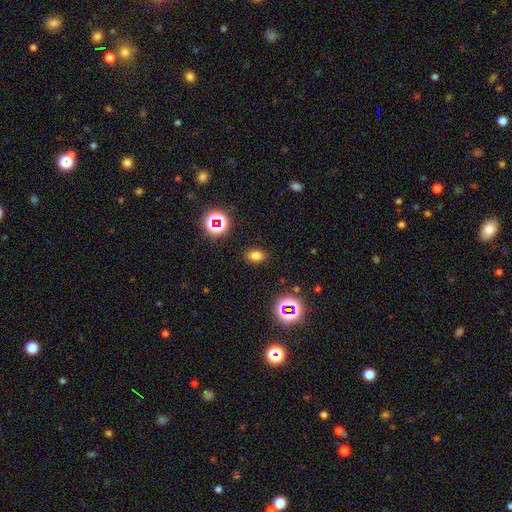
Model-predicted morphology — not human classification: Smooth or featured?
  - smooth: 73% *
  - star or artifact: 20%
  - featured or disk: 7%
How rounded?
  - in between: 75% *
  - round: 23%
  - cigar-shaped: 2%
Merging?
  - none: 86% *
  - minor disturbance: 9%
  - major disturbance: 3%
  - merger: 2%